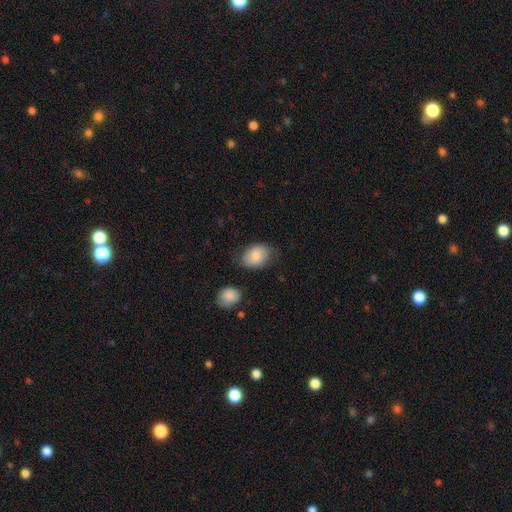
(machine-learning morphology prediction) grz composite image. It shows a smooth galaxy with no disk features (84%) that is in between round and cigar-shaped (76%). Merging: none (71%).